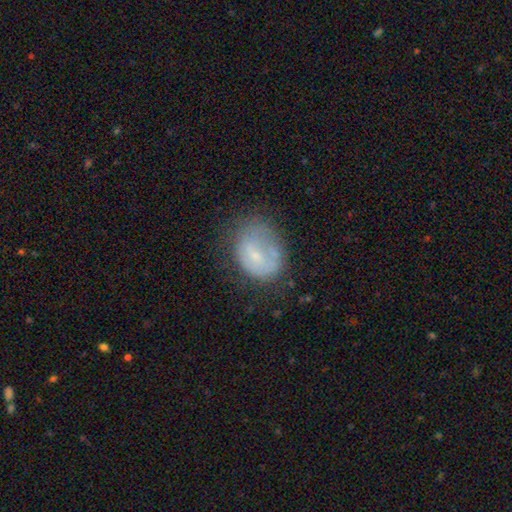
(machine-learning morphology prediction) type=smooth (50%); roundness=in between (62%); merging=none (46%).